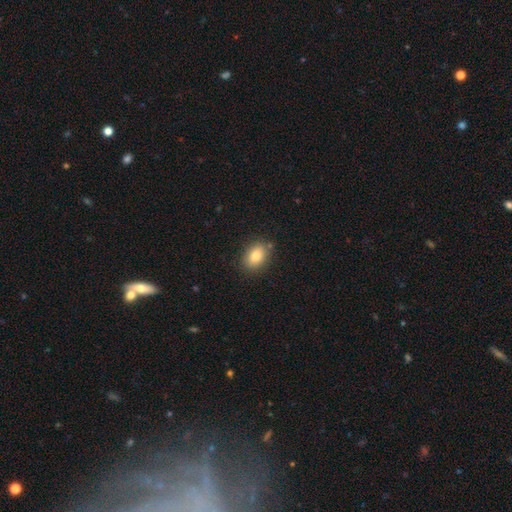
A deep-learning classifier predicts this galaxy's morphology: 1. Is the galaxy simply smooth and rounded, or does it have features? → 82% smooth, 9% featured or disk, 9% star or artifact.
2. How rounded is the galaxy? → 79% in between, 20% round, 1% cigar-shaped.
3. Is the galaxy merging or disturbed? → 85% none, 10% minor disturbance, 3% major disturbance, 2% merger.